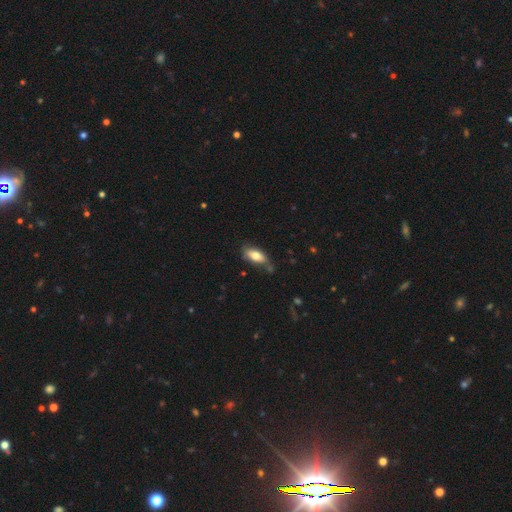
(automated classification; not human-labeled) Overall: smooth (74%). How rounded: in between (84%). Merging: none (58%; minor disturbance 28%).